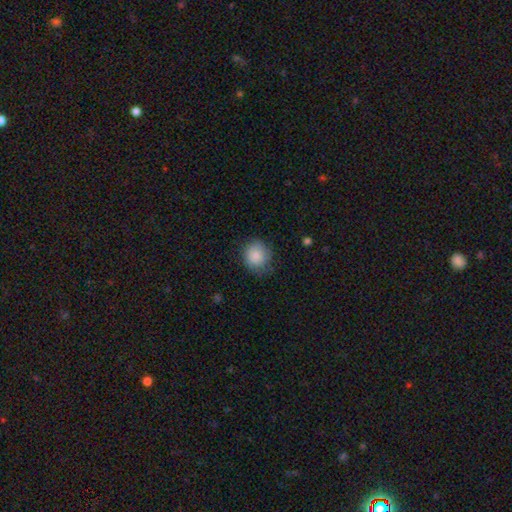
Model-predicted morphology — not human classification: Smooth or featured?
  - smooth: 86% *
  - star or artifact: 7%
  - featured or disk: 7%
How rounded?
  - round: 85% *
  - in between: 14%
  - cigar-shaped: 1%
Merging?
  - none: 74% *
  - minor disturbance: 20%
  - major disturbance: 5%
  - merger: 1%